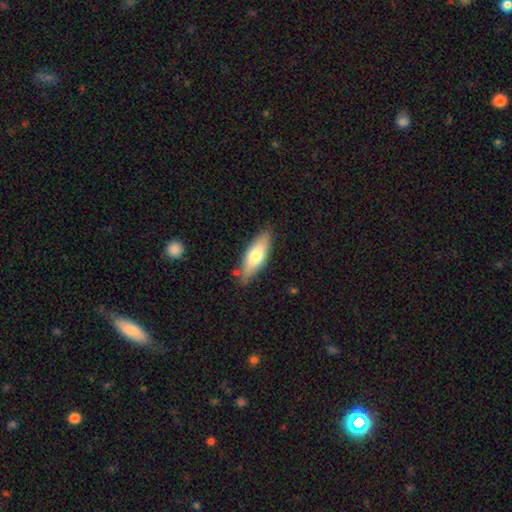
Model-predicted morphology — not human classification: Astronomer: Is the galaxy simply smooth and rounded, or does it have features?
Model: smooth — 68%.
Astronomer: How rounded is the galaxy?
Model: in between — 62%.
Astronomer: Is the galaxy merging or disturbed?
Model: none — 80%.